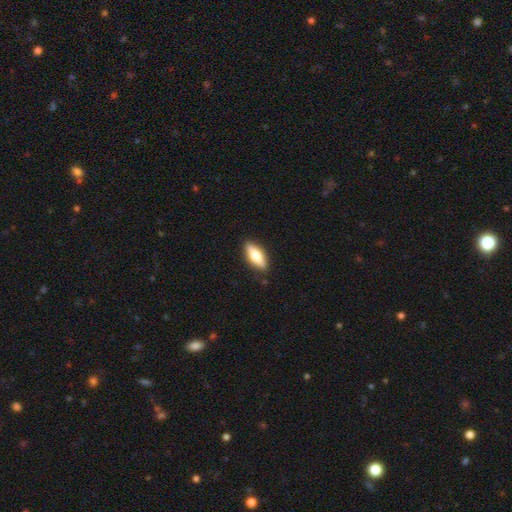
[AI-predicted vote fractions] smooth-or-featured: smooth: 57% | featured or disk: 37% | star or artifact: 6%
  how-rounded: in between: 57% | cigar-shaped: 41% | round: 3%
  merging: none: 88% | minor disturbance: 9% | major disturbance: 2% | merger: 1%